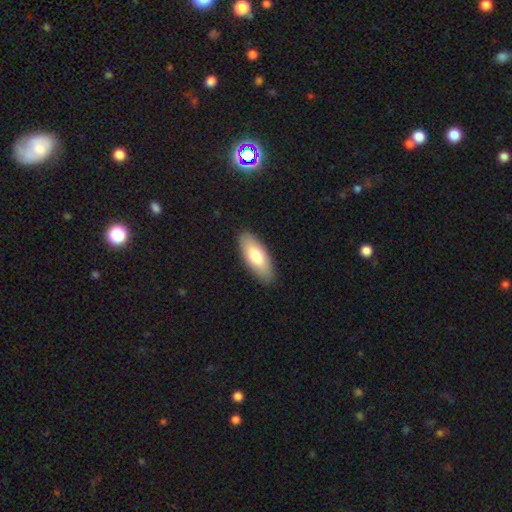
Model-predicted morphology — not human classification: Smooth or featured?
  - smooth: 74% *
  - featured or disk: 21%
  - star or artifact: 5%
How rounded?
  - in between: 81% *
  - cigar-shaped: 17%
  - round: 2%
Merging?
  - none: 88% *
  - minor disturbance: 9%
  - major disturbance: 2%
  - merger: 1%